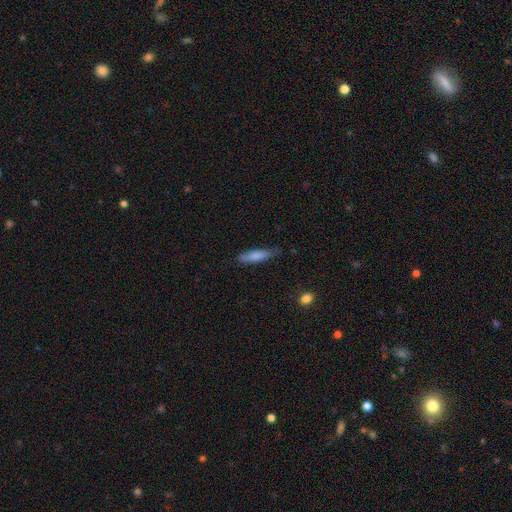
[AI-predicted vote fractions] smooth_or_featured: smooth (p=0.79) [alt: featured or disk p=0.15]
how_rounded: cigar-shaped (p=0.70) [alt: in between p=0.29]
merging: none (p=0.68) [alt: minor disturbance p=0.25]